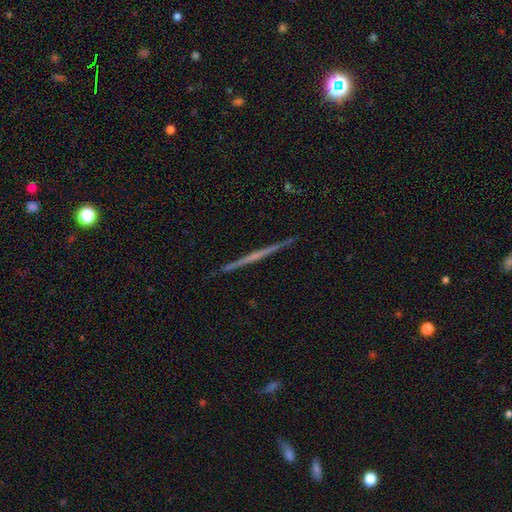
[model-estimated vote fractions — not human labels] smooth_or_featured: featured or disk (p=0.69) [alt: smooth p=0.24]
disk_edge_on: yes (p=0.98) [alt: no p=0.02]
edge_on_bulge: none (p=0.83) [alt: rounded p=0.12]
merging: none (p=0.92) [alt: minor disturbance p=0.05]